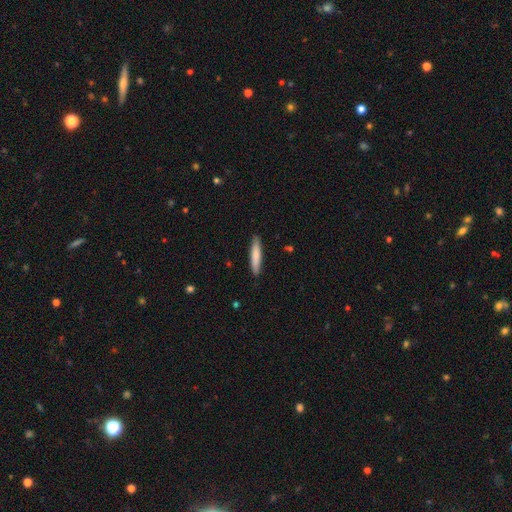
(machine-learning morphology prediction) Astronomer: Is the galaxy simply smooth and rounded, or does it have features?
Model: smooth — 77%.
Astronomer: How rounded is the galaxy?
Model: cigar-shaped — 88%.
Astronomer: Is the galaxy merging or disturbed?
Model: none — 88%.